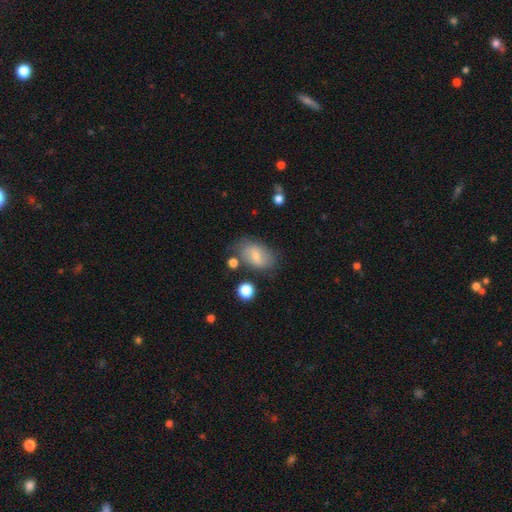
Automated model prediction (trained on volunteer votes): smooth-or-featured: smooth: 62% | featured or disk: 29% | star or artifact: 9%
  how-rounded: in between: 87% | round: 11% | cigar-shaped: 2%
  merging: none: 65% | minor disturbance: 21% | major disturbance: 7% | merger: 6%